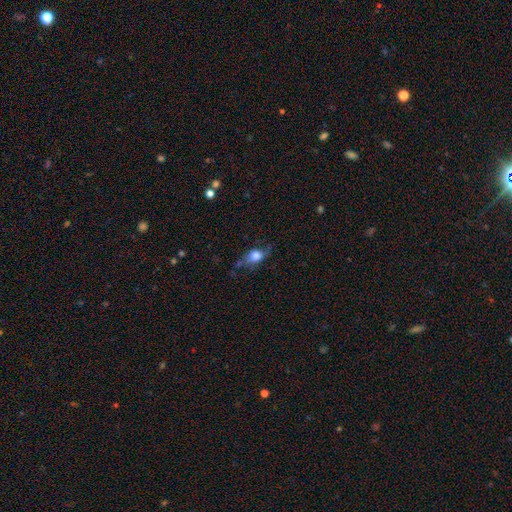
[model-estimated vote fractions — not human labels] A smooth galaxy with no disk features (67%) that is in between round and cigar-shaped (57%). Merging: none (54%).